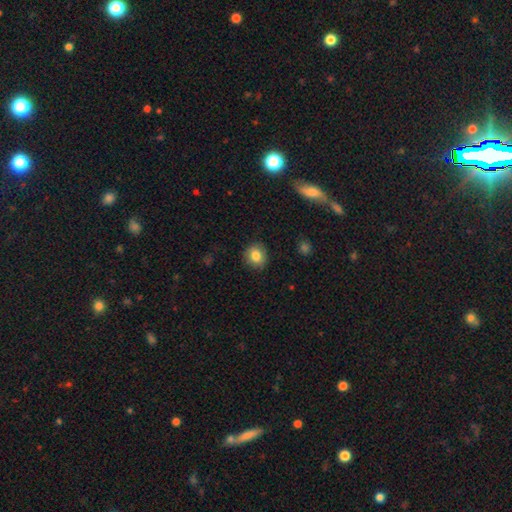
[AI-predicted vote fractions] smooth 82%, star or artifact 9%, featured or disk 8%. Down the decision tree: how rounded — round (78%); merging — none (87%).